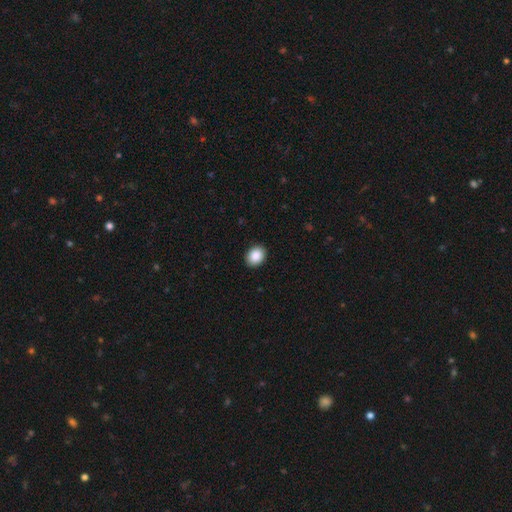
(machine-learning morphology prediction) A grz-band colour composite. It shows a smooth galaxy with no disk features (89%) that is in between round and cigar-shaped (56%). Merging: none (91%).